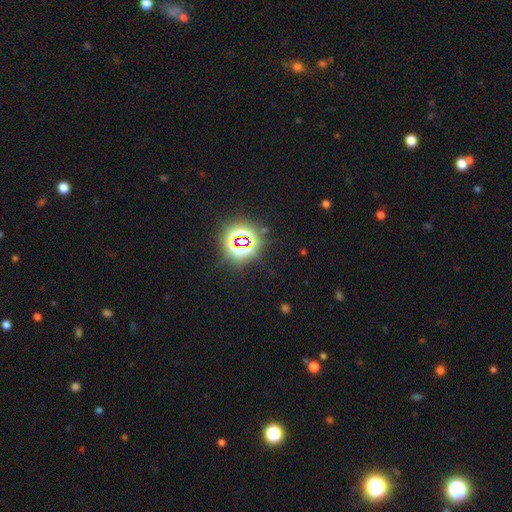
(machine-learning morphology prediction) star or artifact 75%, smooth 16%, featured or disk 9%.